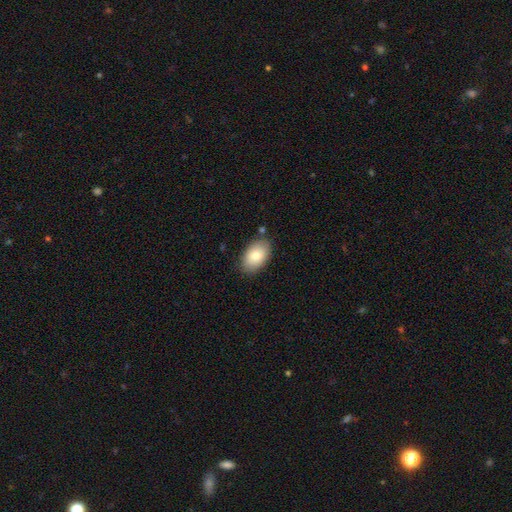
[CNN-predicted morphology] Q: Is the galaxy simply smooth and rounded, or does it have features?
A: smooth — 80%.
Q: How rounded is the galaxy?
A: in between — 92%.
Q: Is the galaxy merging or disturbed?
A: none — 81%.